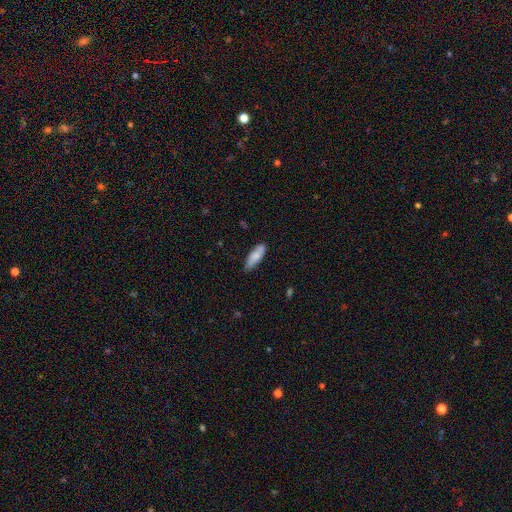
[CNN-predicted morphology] The model was most divided on "how rounded": in between: 59%, cigar-shaped: 39%, round: 2%. More confident: merging — none (74%); smooth or featured — smooth (73%).